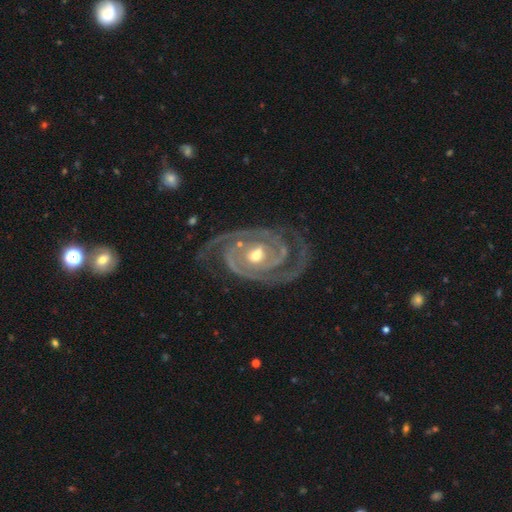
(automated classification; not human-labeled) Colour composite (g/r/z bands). It shows a featured or disk galaxy (93%) with no bar (54%), 2 (79%) tight (65%) spiral arms (98%) and a moderate central bulge (63%). Merging: none (74%).